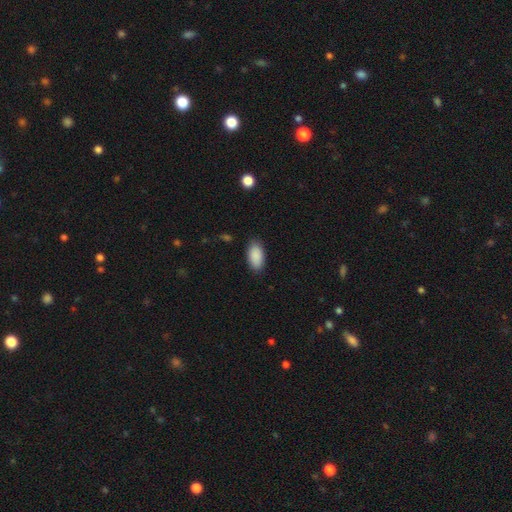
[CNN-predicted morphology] This is clearly a smooth galaxy (90%). How rounded: clearly in between (94%). Merging: clearly none (87%).